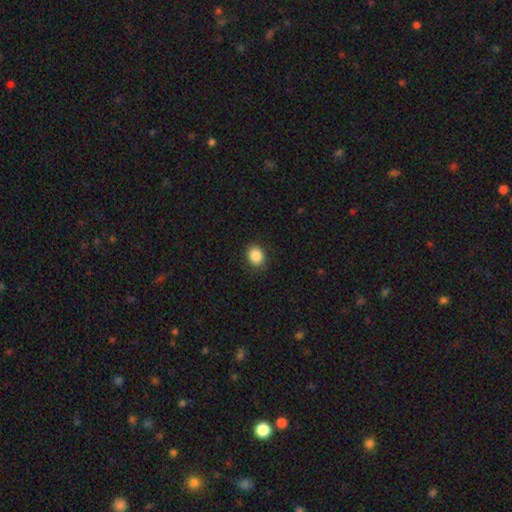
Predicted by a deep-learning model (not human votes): A smooth galaxy with no disk features (87%) that is round (57%).

Vote fractions:
- Smooth or featured? smooth: 87% / star or artifact: 9% / featured or disk: 4%
- How rounded? round: 57% / in between: 42% / cigar-shaped: 1%
- Merging? none: 88% / minor disturbance: 8% / major disturbance: 2% / merger: 1%